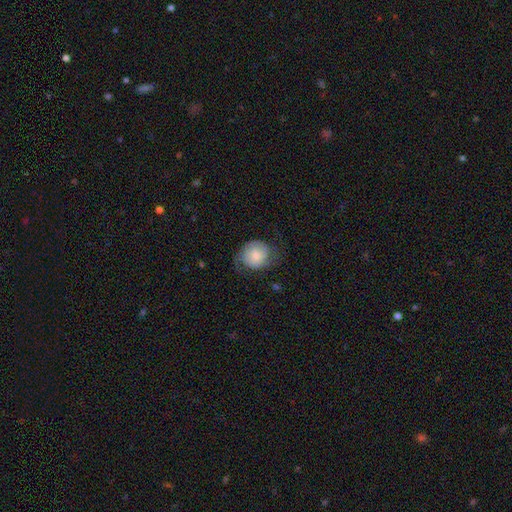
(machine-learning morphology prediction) This is possibly a featured or disk galaxy (47%). Merging: possibly none (57%).